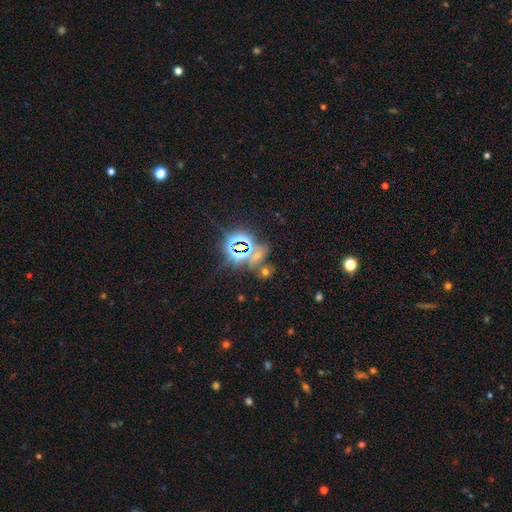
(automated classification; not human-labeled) The model was most divided on "smooth or featured": star or artifact: 70%, smooth: 21%, featured or disk: 9%.